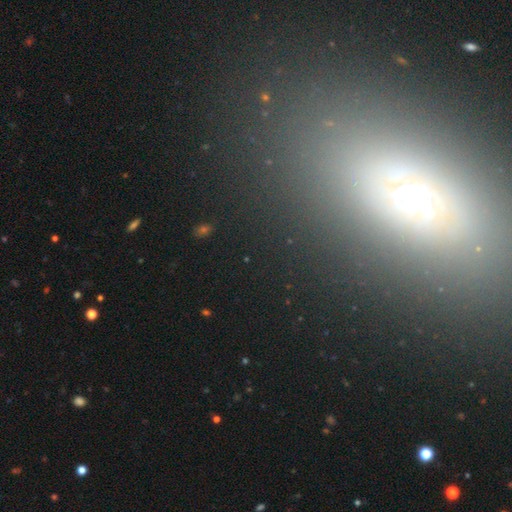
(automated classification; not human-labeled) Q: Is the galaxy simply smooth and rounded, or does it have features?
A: star or artifact — 36%.